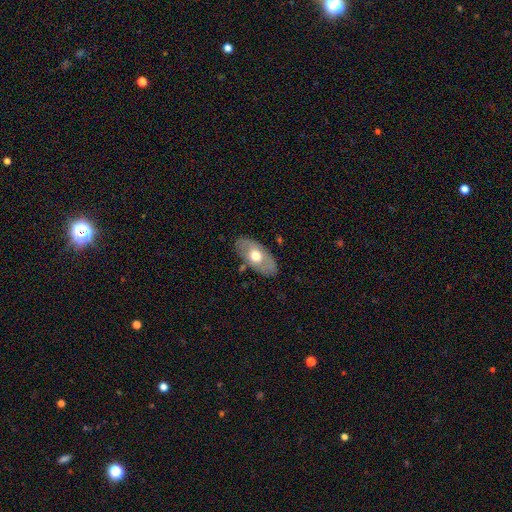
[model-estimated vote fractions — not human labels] smooth-or-featured: smooth: 50% | featured or disk: 44% | star or artifact: 5%
  how-rounded: in between: 92% | round: 5% | cigar-shaped: 4%
  merging: none: 82% | minor disturbance: 13% | major disturbance: 3% | merger: 2%